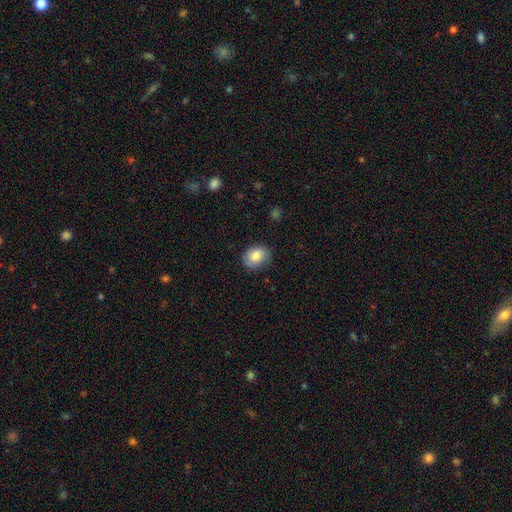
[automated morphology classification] A smooth galaxy with no disk features (83%) that is in between round and cigar-shaped (51%). Merging: none (78%).